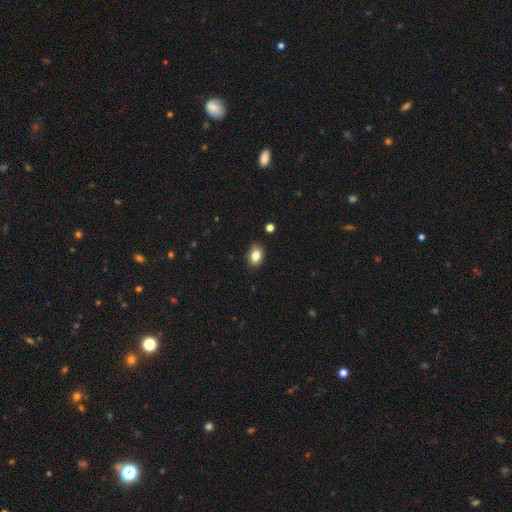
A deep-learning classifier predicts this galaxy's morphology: A smooth galaxy with no disk features (83%) that is in between round and cigar-shaped (74%).

Vote fractions:
- Smooth or featured? smooth: 83% / star or artifact: 10% / featured or disk: 8%
- How rounded? in between: 74% / round: 25% / cigar-shaped: 1%
- Merging? none: 80% / minor disturbance: 15% / major disturbance: 3% / merger: 2%